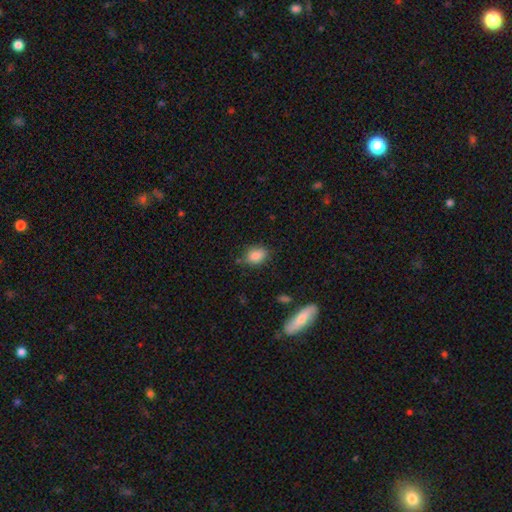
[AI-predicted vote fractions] Smooth or featured?
  - smooth: 86% *
  - star or artifact: 9%
  - featured or disk: 6%
How rounded?
  - in between: 73% *
  - round: 25%
  - cigar-shaped: 2%
Merging?
  - none: 75% *
  - minor disturbance: 18%
  - major disturbance: 4%
  - merger: 3%